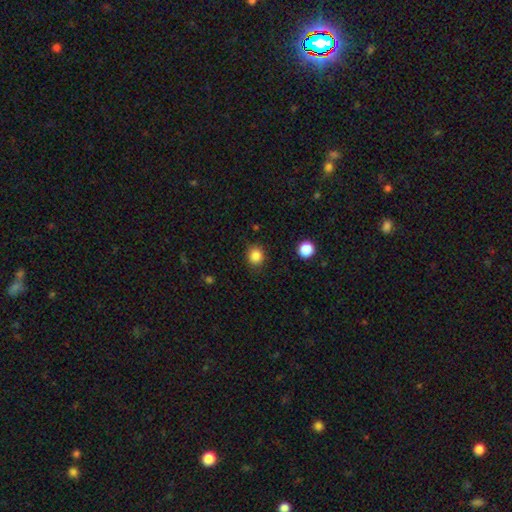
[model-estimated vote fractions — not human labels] smooth 86%, star or artifact 11%, featured or disk 4%. Down the decision tree: how rounded — round (81%); merging — none (86%).